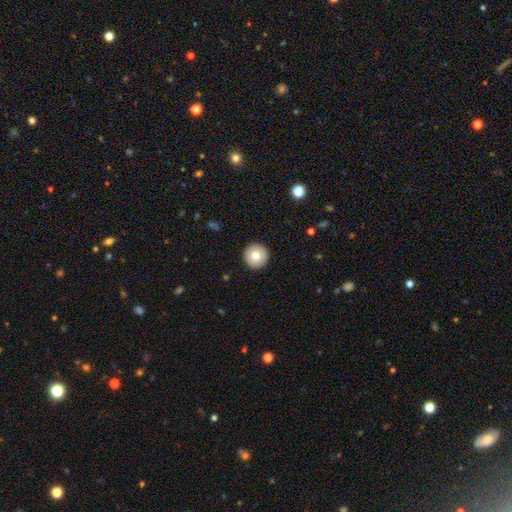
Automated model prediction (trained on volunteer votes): Q: Smooth or featured?
A: smooth (77%); runner-up: featured or disk (15%)
Q: How rounded?
A: round (96%); runner-up: in between (3%)
Q: Merging?
A: none (93%); runner-up: minor disturbance (5%)